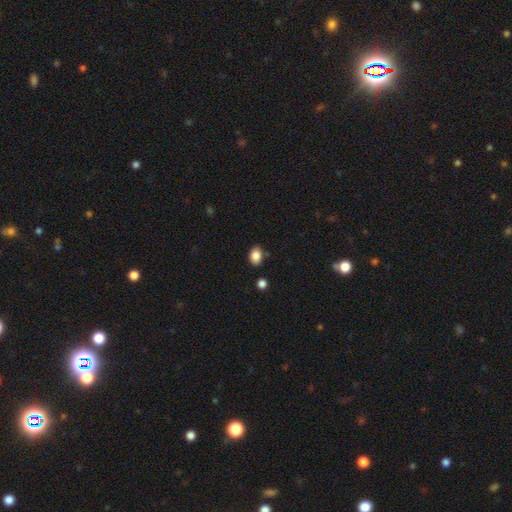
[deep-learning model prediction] smooth-or-featured: smooth: 86% | star or artifact: 9% | featured or disk: 5%
  how-rounded: in between: 73% | round: 26% | cigar-shaped: 1%
  merging: none: 81% | minor disturbance: 13% | merger: 4% | major disturbance: 3%